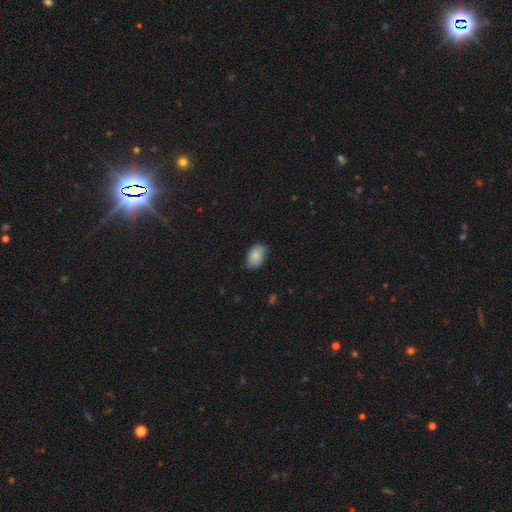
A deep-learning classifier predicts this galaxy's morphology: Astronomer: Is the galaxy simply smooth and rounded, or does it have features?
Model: smooth — 85%.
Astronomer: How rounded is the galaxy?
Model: in between — 88%.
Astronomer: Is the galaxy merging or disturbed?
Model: none — 79%.